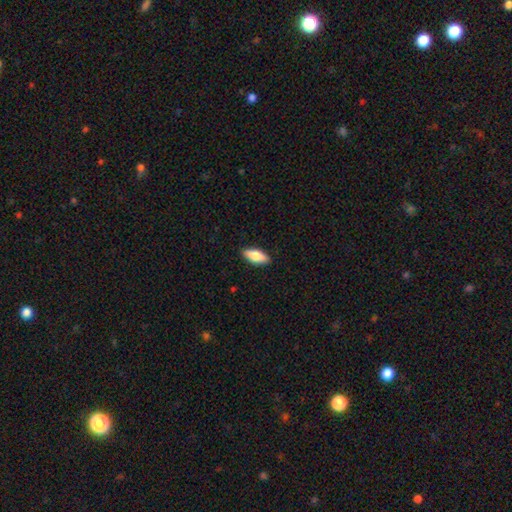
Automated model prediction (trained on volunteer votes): smooth_or_featured: smooth (p=0.80) [alt: featured or disk p=0.14]
how_rounded: in between (p=0.76) [alt: cigar-shaped p=0.21]
merging: none (p=0.89) [alt: minor disturbance p=0.09]